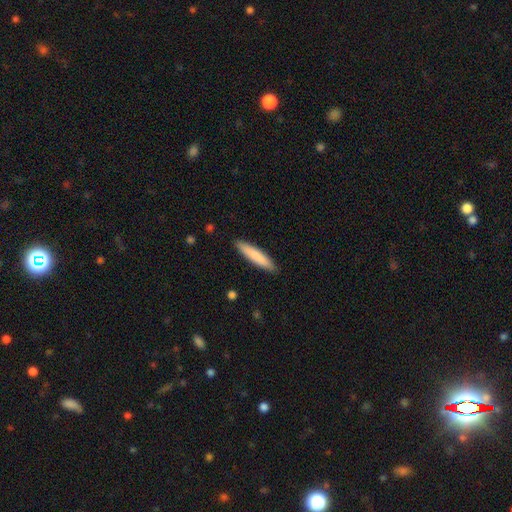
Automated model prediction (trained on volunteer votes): Overall: smooth (83%). How rounded: cigar-shaped (86%). Merging: none (89%).